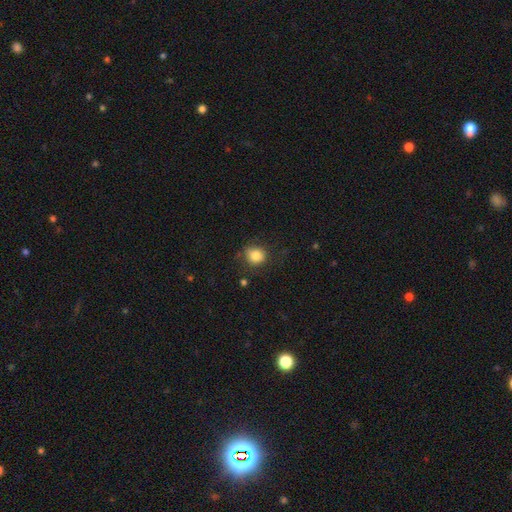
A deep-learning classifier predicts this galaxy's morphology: A smooth galaxy with no disk features (83%) that is round (81%).

Vote fractions:
- Smooth or featured? smooth: 83% / star or artifact: 10% / featured or disk: 6%
- How rounded? round: 81% / in between: 18% / cigar-shaped: 1%
- Merging? none: 77% / minor disturbance: 16% / major disturbance: 5% / merger: 2%